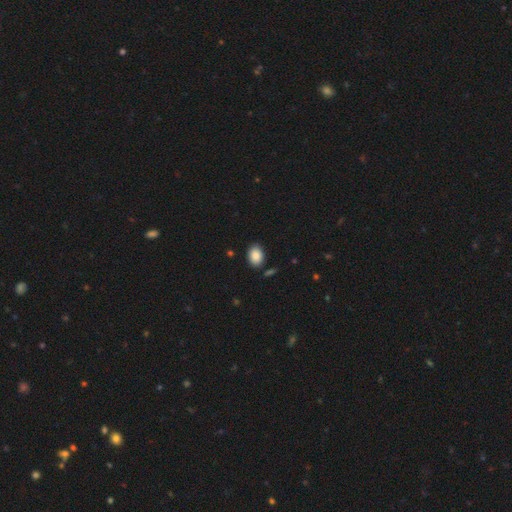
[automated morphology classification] smooth-or-featured: smooth: 88% | star or artifact: 8% | featured or disk: 5%
  how-rounded: in between: 80% | round: 19% | cigar-shaped: 1%
  merging: none: 85% | minor disturbance: 10% | merger: 3% | major disturbance: 2%